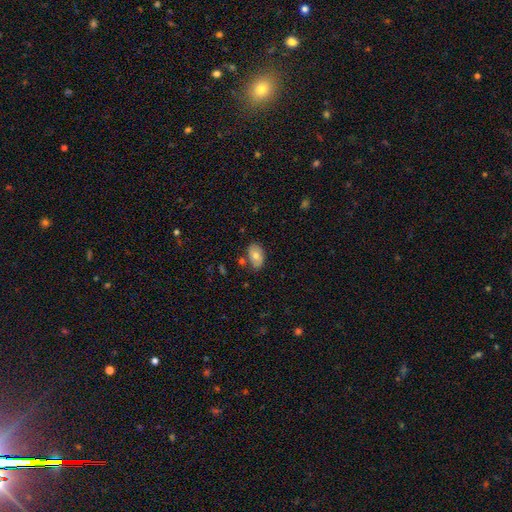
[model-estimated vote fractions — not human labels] A smooth galaxy with no disk features (72%) that is in between round and cigar-shaped (90%).

Vote fractions:
- Smooth or featured? smooth: 72% / featured or disk: 21% / star or artifact: 7%
- How rounded? in between: 90% / round: 8% / cigar-shaped: 1%
- Merging? none: 74% / minor disturbance: 17% / merger: 6% / major disturbance: 3%